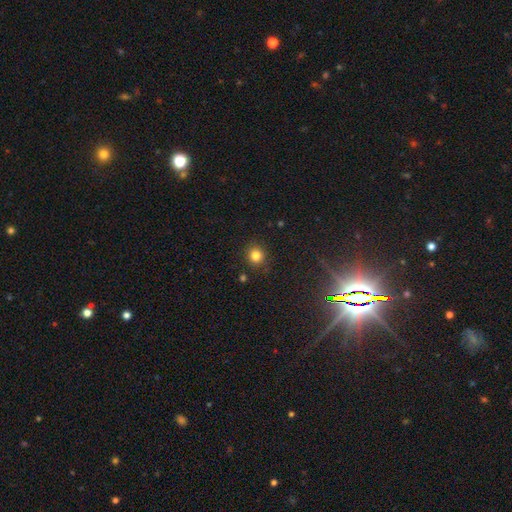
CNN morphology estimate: Smooth or featured? Predicted: smooth (p=0.81). How rounded? Predicted: round (p=0.89). Merging? Predicted: none (p=0.87).